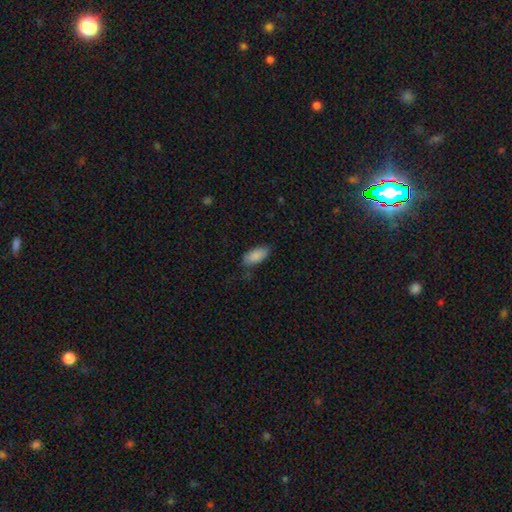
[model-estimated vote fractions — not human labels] Smooth or featured? smooth (88%)
How rounded? in between (91%)
Merging? none (72%)